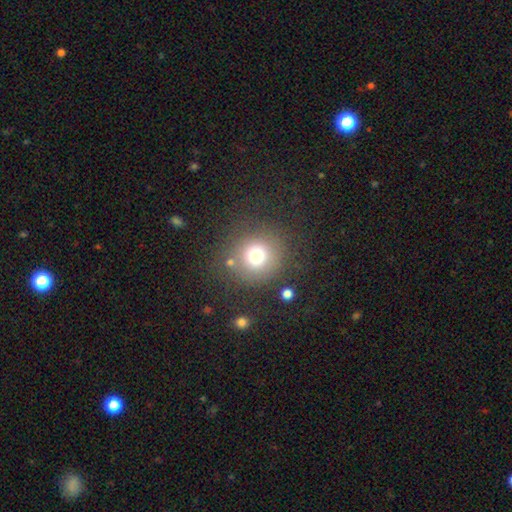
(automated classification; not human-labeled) Smooth or featured?
  - smooth: 74% *
  - star or artifact: 15%
  - featured or disk: 11%
How rounded?
  - round: 92% *
  - in between: 7%
  - cigar-shaped: 1%
Merging?
  - none: 78% *
  - minor disturbance: 11%
  - major disturbance: 7%
  - merger: 5%